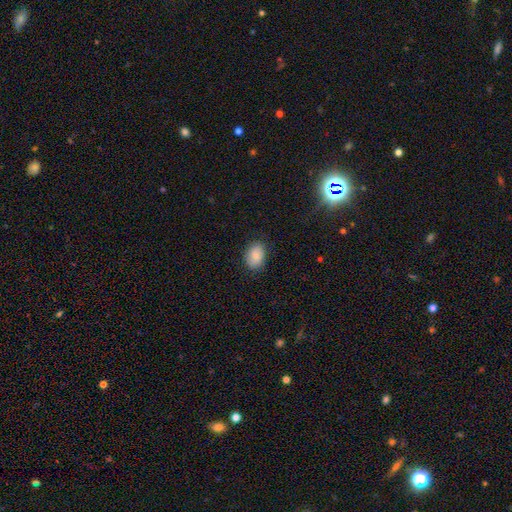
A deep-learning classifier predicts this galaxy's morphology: Smooth or featured: smooth — 85% (star or artifact — 7%)
How rounded: in between — 78% (round — 21%)
Merging: none — 84% (minor disturbance — 13%)